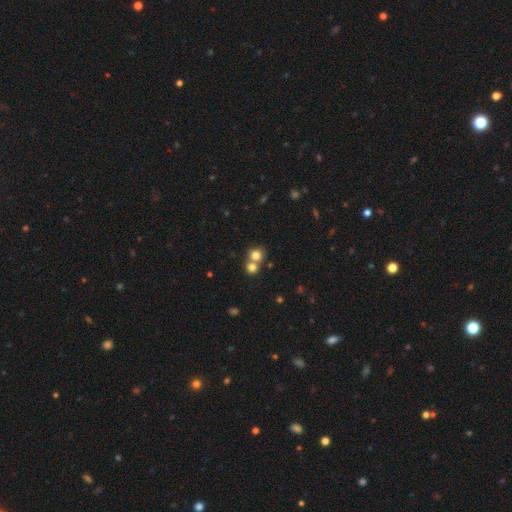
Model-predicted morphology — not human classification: Smooth or featured? Predicted: smooth (p=0.77). How rounded? Predicted: round (p=0.84). Merging? Predicted: merger (p=0.49).